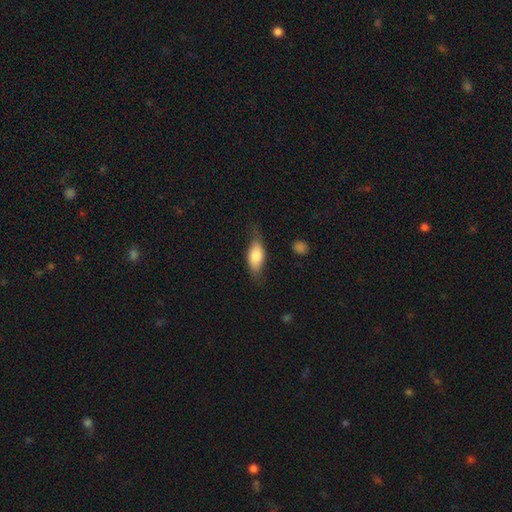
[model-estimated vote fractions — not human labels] The model was most divided on "merging": none: 62%, minor disturbance: 28%, major disturbance: 9%, merger: 2%. More confident: how rounded — in between (84%); smooth or featured — smooth (75%).